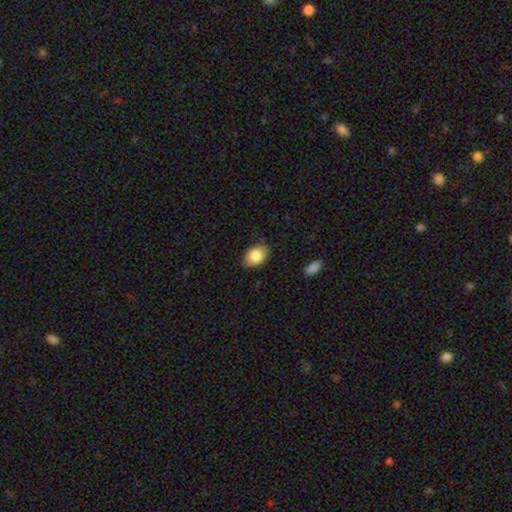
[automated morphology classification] Smooth or featured? smooth (84%)
How rounded? in between (84%)
Merging? none (83%)